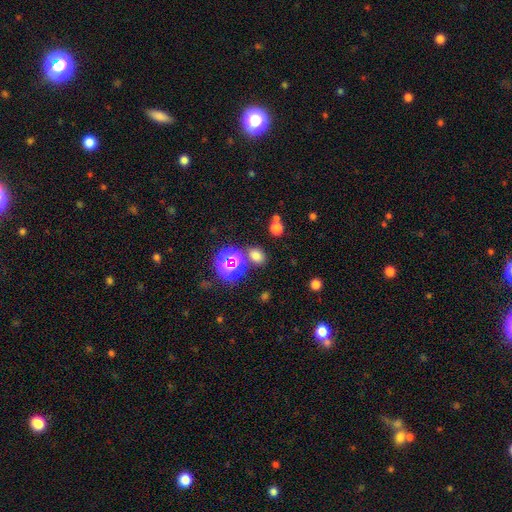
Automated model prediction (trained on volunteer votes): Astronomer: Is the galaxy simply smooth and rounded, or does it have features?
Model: smooth — 66%.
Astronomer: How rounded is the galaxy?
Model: in between — 52% (runner-up: round, 46%).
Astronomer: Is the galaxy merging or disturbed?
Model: none — 79%.